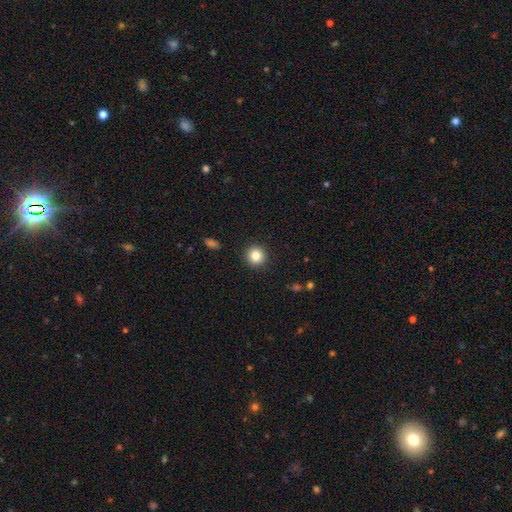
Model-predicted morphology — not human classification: type=smooth (84%); roundness=round (94%); merging=none (91%).